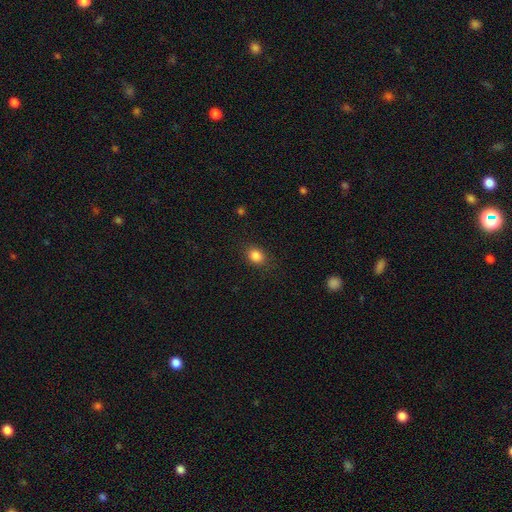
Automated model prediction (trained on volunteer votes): A smooth galaxy with no disk features (85%) that is in between round and cigar-shaped (50%). Merging: none (84%).